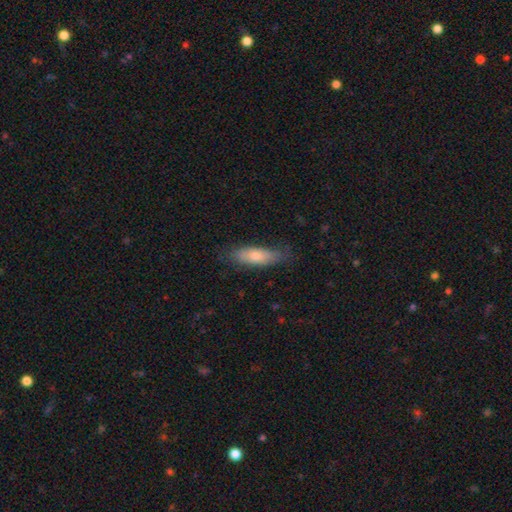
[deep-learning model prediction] A smooth galaxy with no disk features (67%) that is cigar-shaped (54%).

Vote fractions:
- Smooth or featured? smooth: 67% / featured or disk: 27% / star or artifact: 7%
- How rounded? cigar-shaped: 54% / in between: 44% / round: 2%
- Merging? none: 75% / minor disturbance: 20% / major disturbance: 4% / merger: 1%